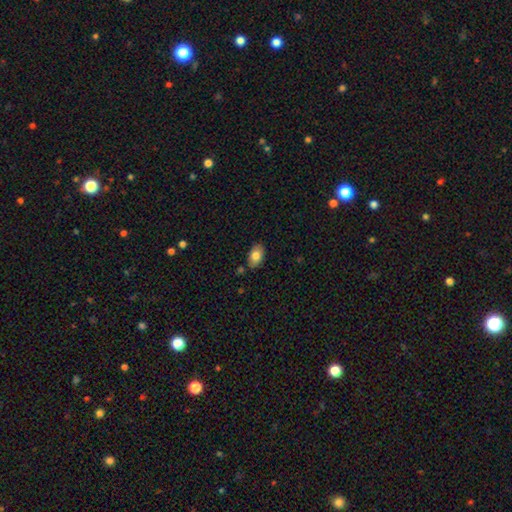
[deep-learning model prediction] smooth 80%, featured or disk 13%, star or artifact 7%. Down the decision tree: how rounded — in between (91%); merging — none (82%).